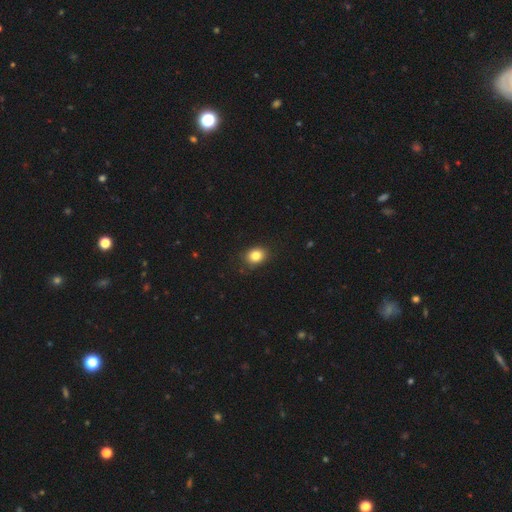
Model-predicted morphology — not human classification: smooth-or-featured: smooth: 83% | star or artifact: 11% | featured or disk: 7%
  how-rounded: round: 56% | in between: 43% | cigar-shaped: 1%
  merging: none: 85% | minor disturbance: 12% | major disturbance: 3% | merger: 1%